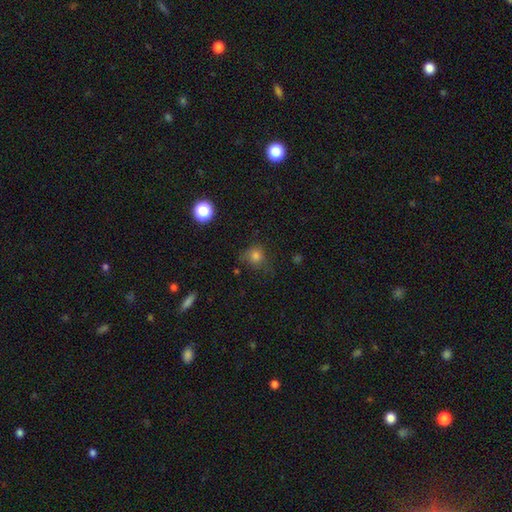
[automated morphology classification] Q: Smooth or featured?
A: smooth (77%); runner-up: star or artifact (16%)
Q: How rounded?
A: round (83%); runner-up: in between (16%)
Q: Merging?
A: none (68%); runner-up: minor disturbance (22%)